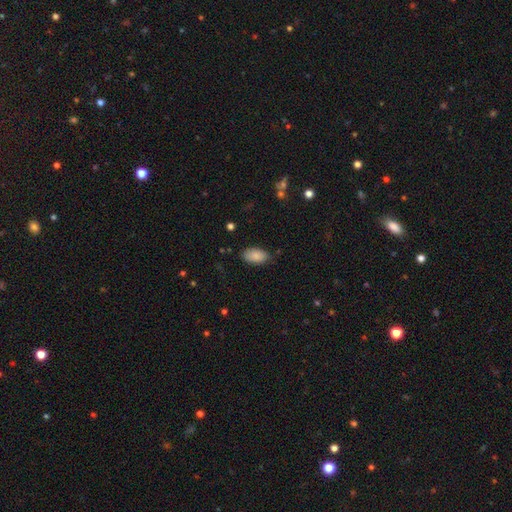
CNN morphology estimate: Smooth or featured: smooth — 85% (featured or disk — 8%)
How rounded: in between — 94% (round — 4%)
Merging: none — 81% (minor disturbance — 15%)